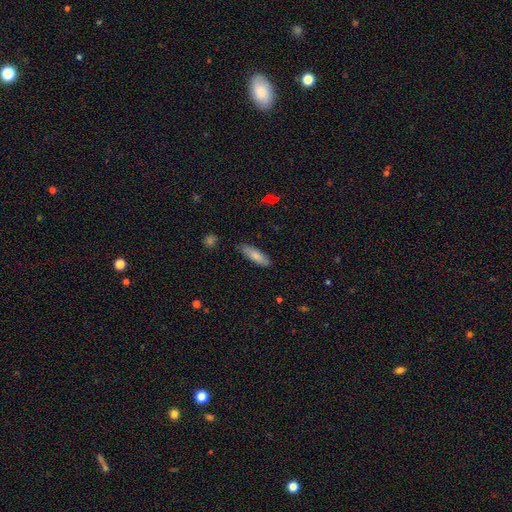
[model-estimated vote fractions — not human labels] smooth_or_featured: smooth (p=0.81) [alt: featured or disk p=0.13]
how_rounded: cigar-shaped (p=0.54) [alt: in between p=0.44]
merging: none (p=0.82) [alt: minor disturbance p=0.14]